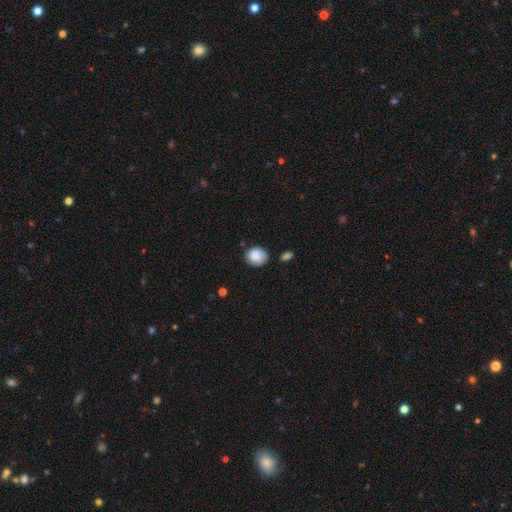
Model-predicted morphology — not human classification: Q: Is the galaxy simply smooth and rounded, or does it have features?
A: smooth — 88%.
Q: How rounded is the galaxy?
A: round — 68%.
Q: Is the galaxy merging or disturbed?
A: none — 73%.